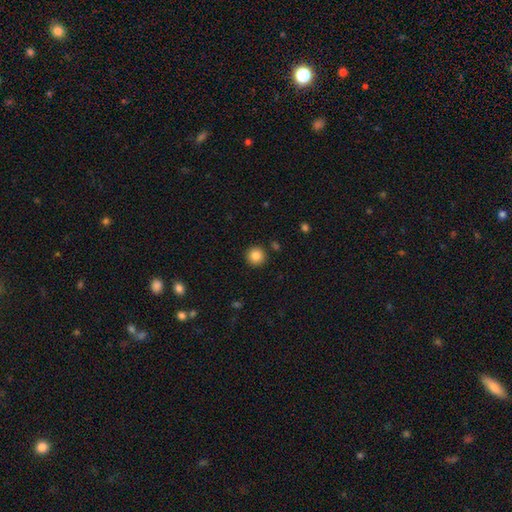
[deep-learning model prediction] The model was most divided on "smooth or featured": smooth: 85%, star or artifact: 10%, featured or disk: 5%. More confident: how rounded — round (95%); merging — none (91%).